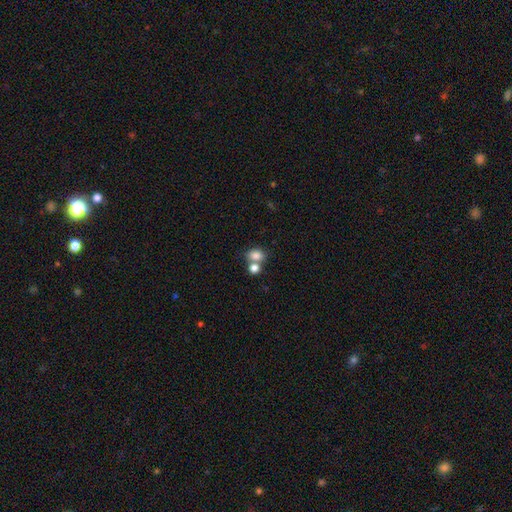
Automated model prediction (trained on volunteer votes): Smooth or featured? smooth (81%)
How rounded? in between (60%)
Merging? none (44%)